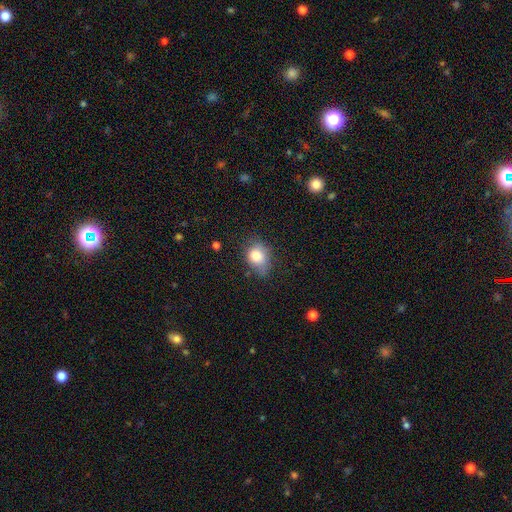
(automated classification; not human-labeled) Overall: smooth (80%). How rounded: in between (54%; round 45%). Merging: none (57%; minor disturbance 32%).